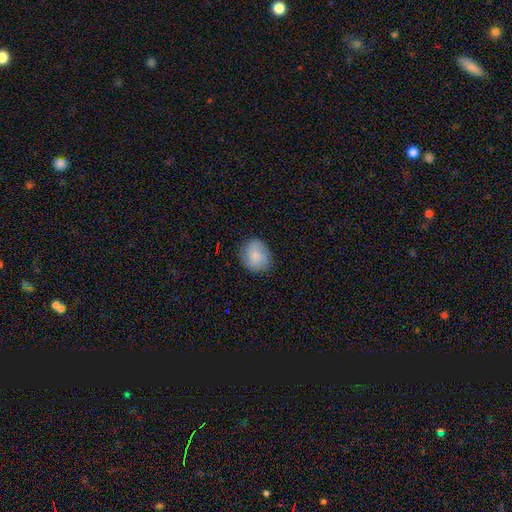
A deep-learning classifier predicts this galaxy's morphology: Smooth or featured: smooth — 79% (featured or disk — 14%)
How rounded: round — 68% (in between — 31%)
Merging: none — 81% (minor disturbance — 14%)